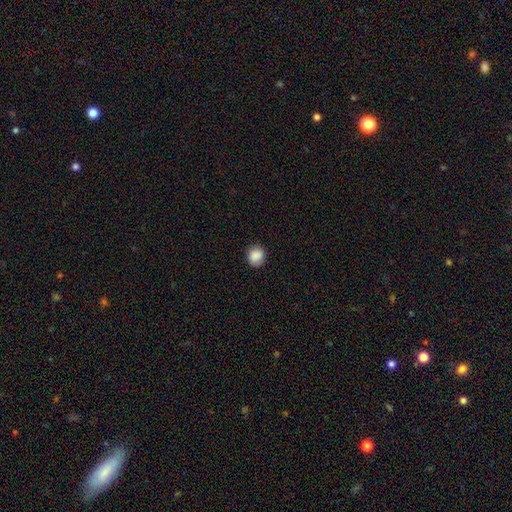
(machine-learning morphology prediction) smooth 87%, star or artifact 8%, featured or disk 5%. Down the decision tree: how rounded — round (77%); merging — none (83%).